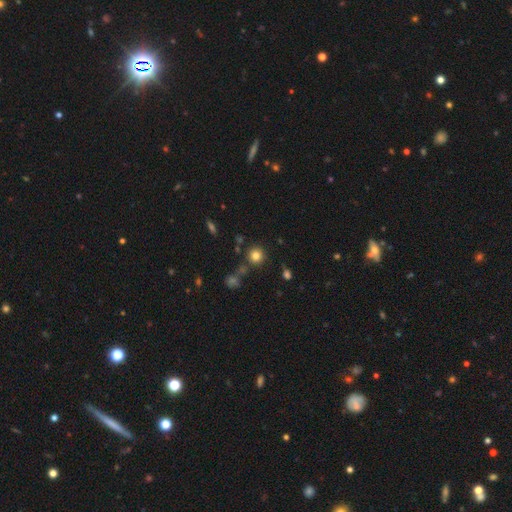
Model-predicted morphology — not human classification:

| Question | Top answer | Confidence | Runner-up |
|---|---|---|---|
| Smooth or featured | smooth | 80% | star or artifact (13%) |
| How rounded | round | 93% | in between (6%) |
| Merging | none | 81% | minor disturbance (9%) |